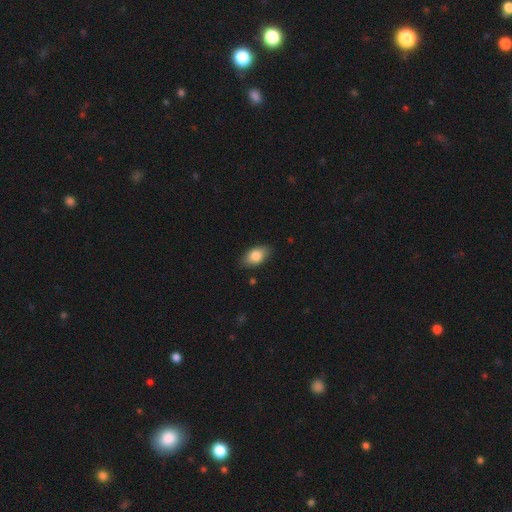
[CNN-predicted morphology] Smooth or featured? smooth (82%)
How rounded? in between (90%)
Merging? none (85%)